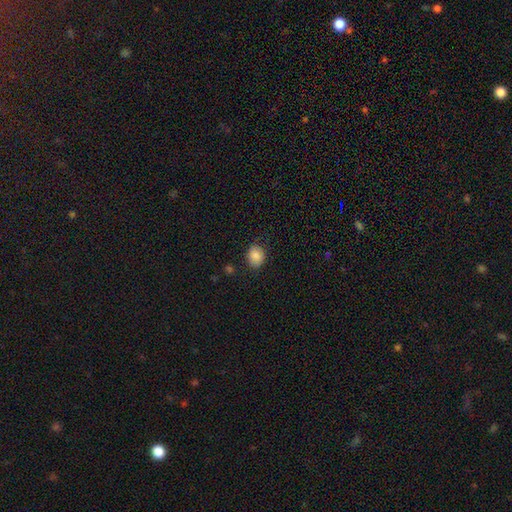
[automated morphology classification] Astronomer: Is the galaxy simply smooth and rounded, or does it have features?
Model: smooth — 86%.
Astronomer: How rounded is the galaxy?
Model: in between — 50% (runner-up: round, 49%).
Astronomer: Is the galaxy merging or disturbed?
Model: none — 81%.